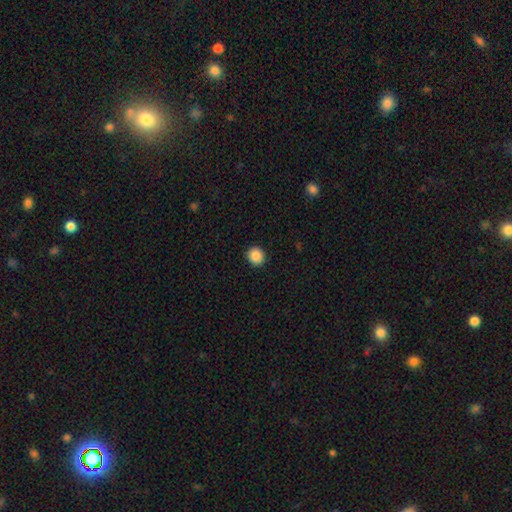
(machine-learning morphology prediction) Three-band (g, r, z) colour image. It shows a smooth galaxy with no disk features (88%) that is round (85%). Merging: none (92%).